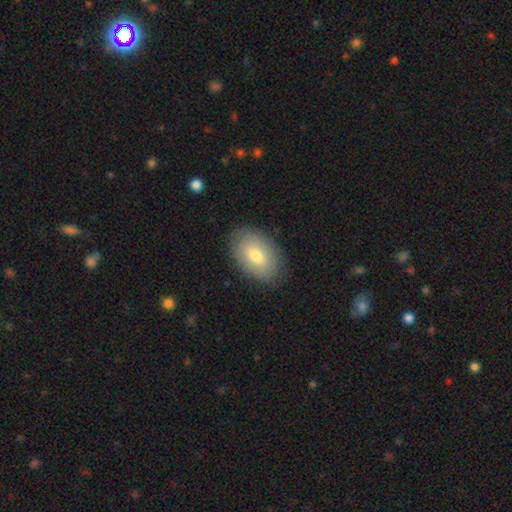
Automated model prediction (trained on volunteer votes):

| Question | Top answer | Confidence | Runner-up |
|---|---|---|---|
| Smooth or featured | smooth | 68% | featured or disk (25%) |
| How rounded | in between | 89% | round (10%) |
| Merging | none | 84% | minor disturbance (12%) |